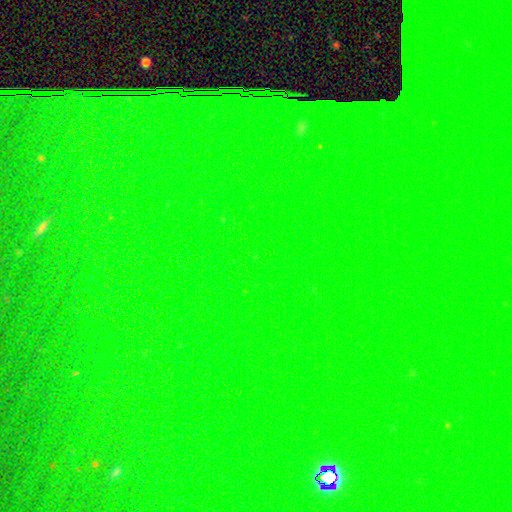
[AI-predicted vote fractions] smooth_or_featured: star or artifact (p=0.81) [alt: smooth p=0.11]